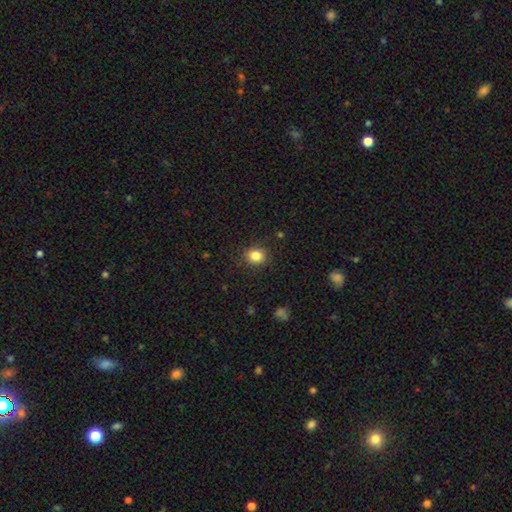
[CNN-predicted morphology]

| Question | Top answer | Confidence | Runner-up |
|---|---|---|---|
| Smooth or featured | smooth | 85% | star or artifact (11%) |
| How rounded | round | 71% | in between (28%) |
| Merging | none | 88% | minor disturbance (9%) |